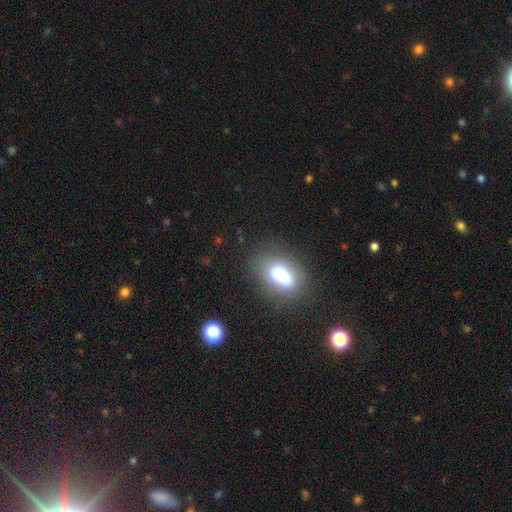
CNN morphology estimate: The model was most divided on "smooth or featured": smooth: 69%, star or artifact: 19%, featured or disk: 12%. More confident: merging — none (83%); how rounded — in between (81%).